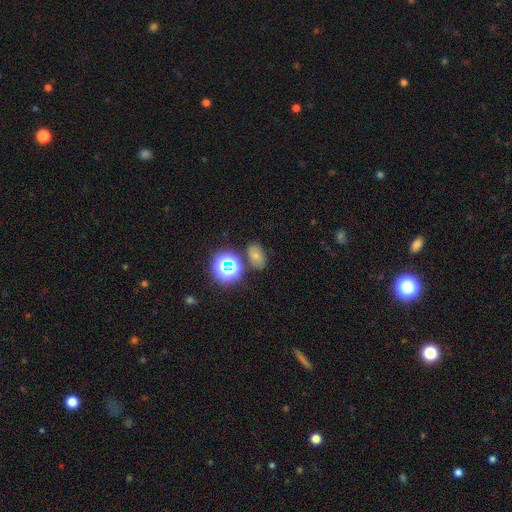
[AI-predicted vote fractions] A smooth galaxy with no disk features (58%) that is in between round and cigar-shaped (77%).

Vote fractions:
- Smooth or featured? smooth: 58% / star or artifact: 26% / featured or disk: 16%
- How rounded? in between: 77% / round: 22% / cigar-shaped: 2%
- Merging? none: 73% / minor disturbance: 15% / merger: 8% / major disturbance: 5%